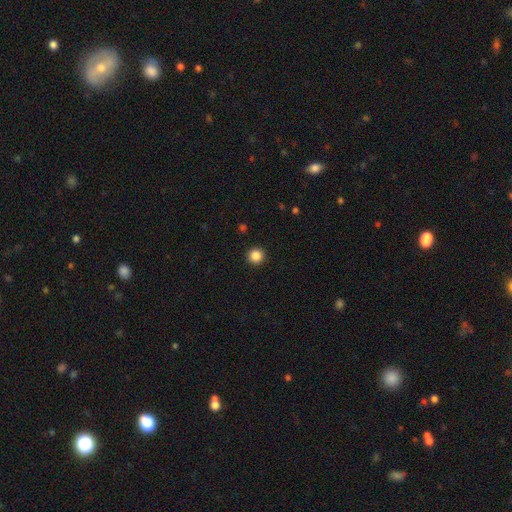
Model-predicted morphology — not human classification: smooth-or-featured: smooth: 86% | star or artifact: 10% | featured or disk: 3%
  how-rounded: round: 96% | in between: 3% | cigar-shaped: 1%
  merging: none: 94% | minor disturbance: 4% | major disturbance: 2% | merger: 1%